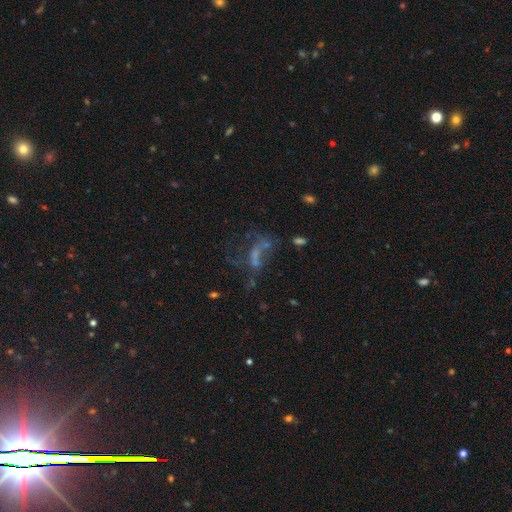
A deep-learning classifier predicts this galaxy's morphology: A featured or disk galaxy (45%).

Vote fractions:
- Smooth or featured? featured or disk: 45% / star or artifact: 28% / smooth: 28%
- Merging? major disturbance: 36% / none: 32% / merger: 18% / minor disturbance: 14%